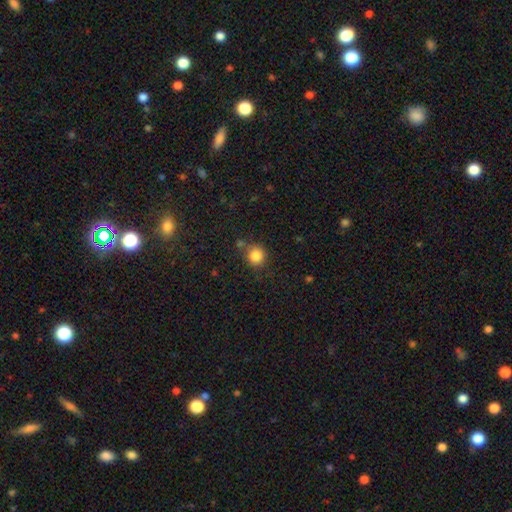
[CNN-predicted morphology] Smooth or featured?
  - smooth: 85% *
  - star or artifact: 11%
  - featured or disk: 4%
How rounded?
  - round: 88% *
  - in between: 11%
  - cigar-shaped: 1%
Merging?
  - none: 75% *
  - minor disturbance: 13%
  - merger: 8%
  - major disturbance: 4%